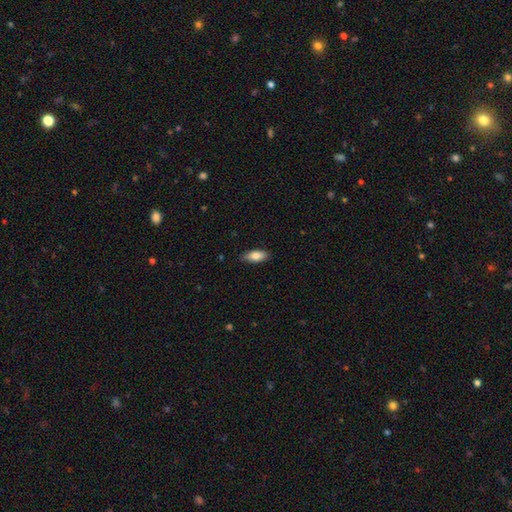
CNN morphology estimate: A smooth galaxy with no disk features (82%) that is in between round and cigar-shaped (80%). Merging: none (85%).